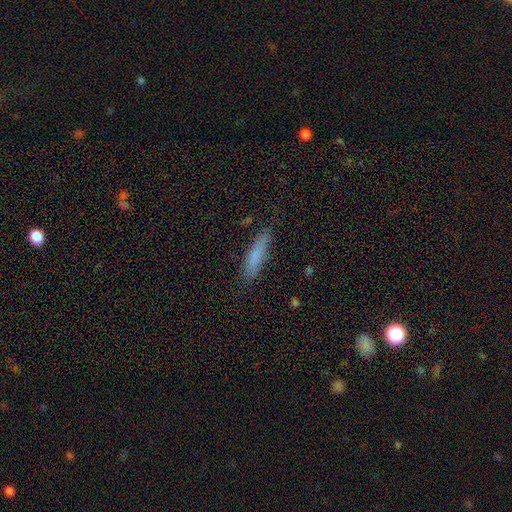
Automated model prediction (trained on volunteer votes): The model was most divided on "how rounded": cigar-shaped: 75%, in between: 23%, round: 2%. More confident: merging — none (79%); smooth or featured — smooth (77%).